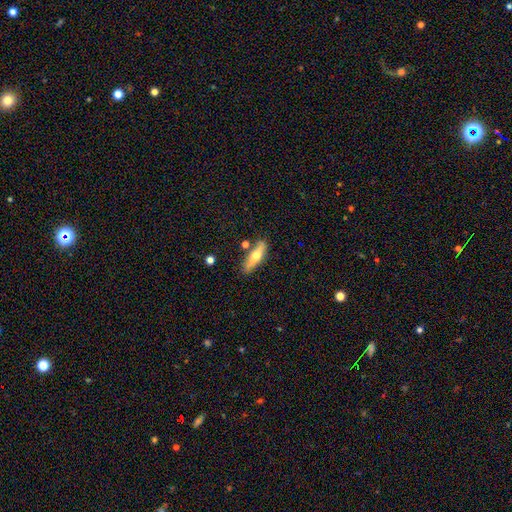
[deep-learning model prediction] This is possibly a smooth galaxy (52%). How rounded: possibly cigar-shaped (57%). Merging: likely none (78%).